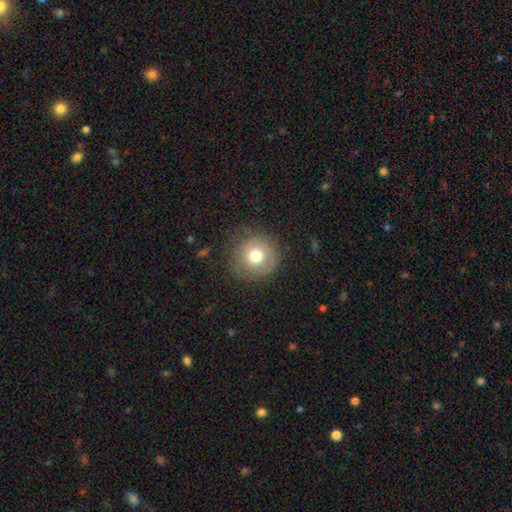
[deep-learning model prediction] The model was most divided on "smooth or featured": smooth: 71%, featured or disk: 19%, star or artifact: 10%. More confident: how rounded — round (93%); merging — none (78%).